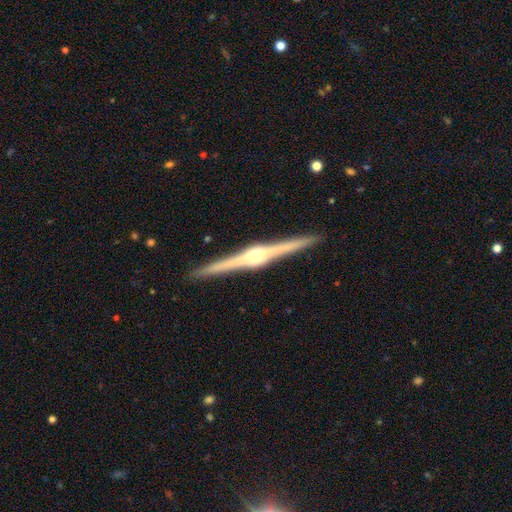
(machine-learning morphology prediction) Smooth or featured? featured or disk (89%)
Edge-on disk? yes (99%)
Edge-on bulge? rounded (80%)
Merging? none (93%)